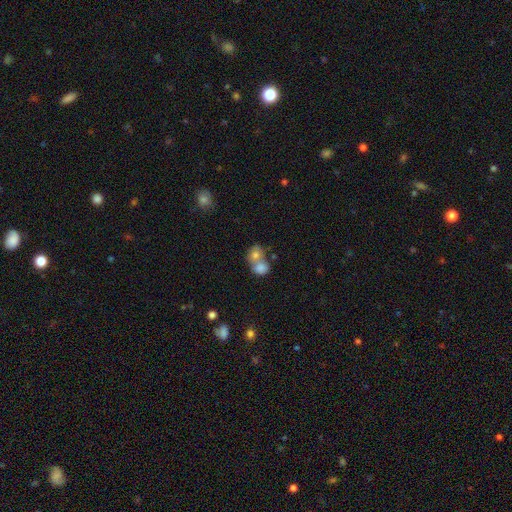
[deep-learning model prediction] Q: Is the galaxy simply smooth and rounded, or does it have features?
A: smooth — 75%.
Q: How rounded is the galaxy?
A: round — 61%.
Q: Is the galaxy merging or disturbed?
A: merger — 64%.